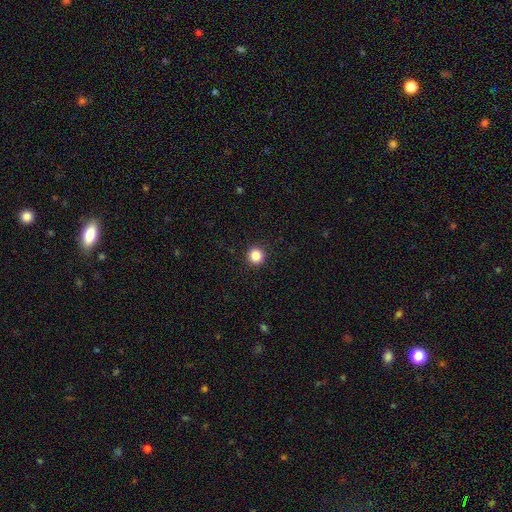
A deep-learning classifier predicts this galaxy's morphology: This is clearly a smooth galaxy (86%). How rounded: clearly round (95%). Merging: clearly none (93%).